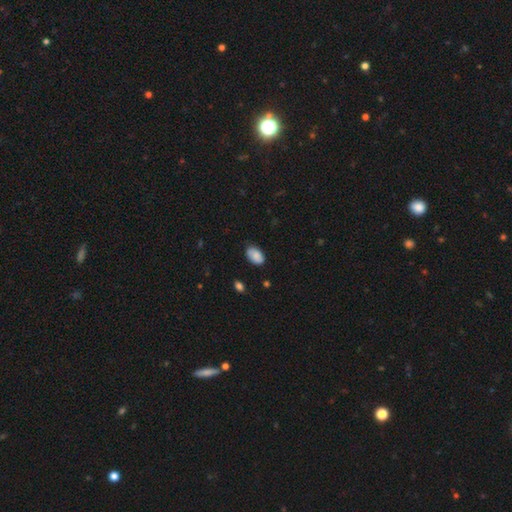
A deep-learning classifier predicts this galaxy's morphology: Q: Smooth or featured?
A: smooth (84%); runner-up: featured or disk (9%)
Q: How rounded?
A: in between (93%); runner-up: round (5%)
Q: Merging?
A: none (79%); runner-up: minor disturbance (17%)